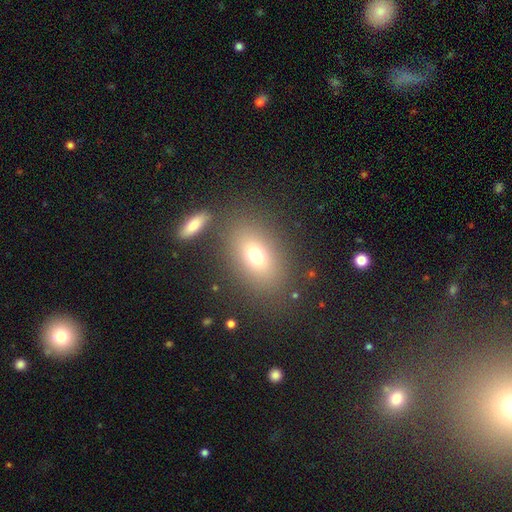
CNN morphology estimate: Smooth or featured? Predicted: smooth (p=0.72). How rounded? Predicted: in between (p=0.74). Merging? Predicted: none (p=0.78).